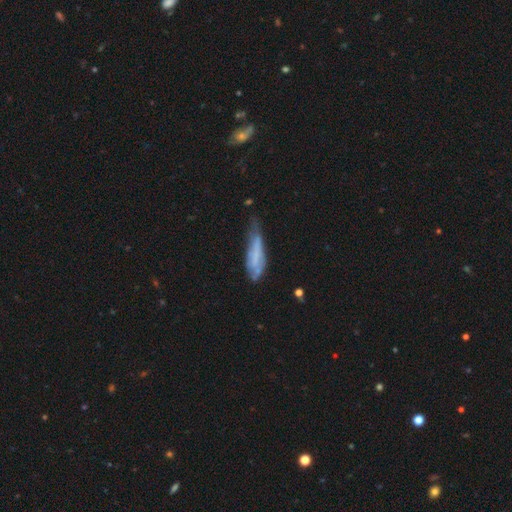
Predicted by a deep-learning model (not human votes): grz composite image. It shows a smooth galaxy with no disk features (48%). Merging: minor disturbance (39%).